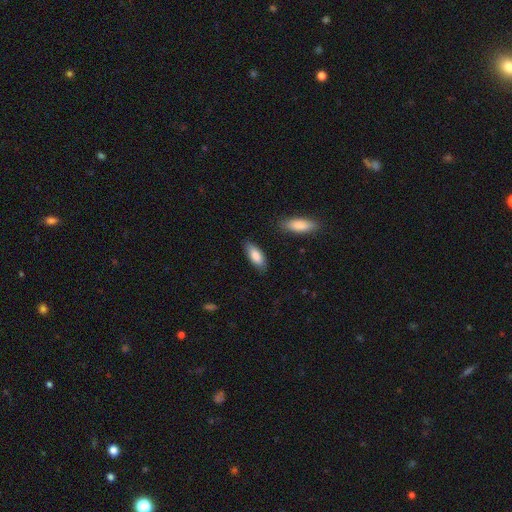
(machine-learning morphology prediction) Smooth or featured: smooth — 85% (featured or disk — 9%)
How rounded: in between — 74% (cigar-shaped — 24%)
Merging: none — 83% (minor disturbance — 12%)